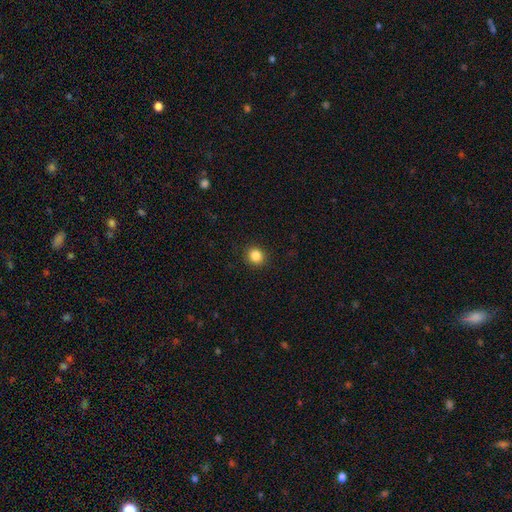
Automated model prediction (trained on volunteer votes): The model was most divided on "how rounded": round: 84%, in between: 16%, cigar-shaped: 1%. More confident: merging — none (91%); smooth or featured — smooth (85%).